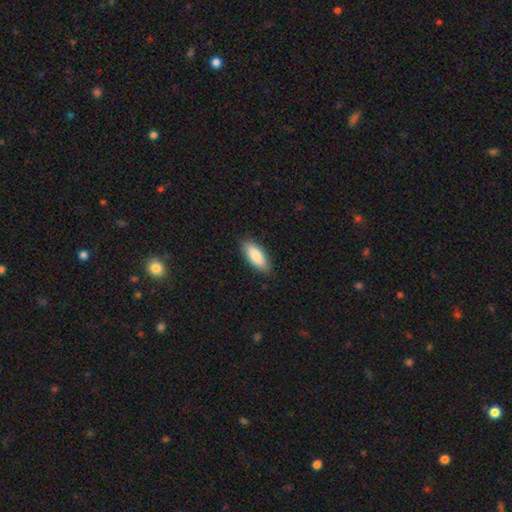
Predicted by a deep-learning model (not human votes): smooth 84%, featured or disk 10%, star or artifact 6%. Down the decision tree: how rounded — in between (80%); merging — none (86%).